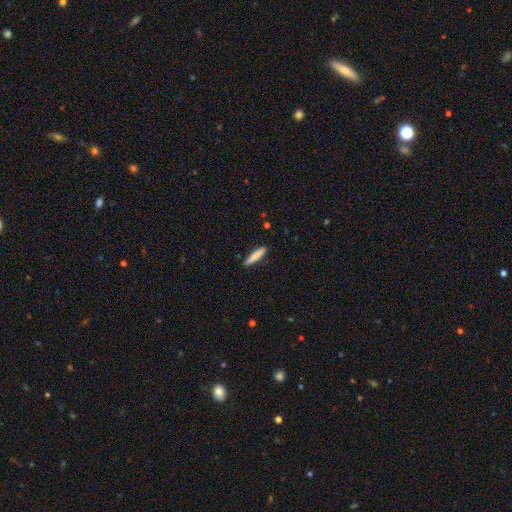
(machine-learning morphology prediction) A smooth galaxy with no disk features (83%) that is cigar-shaped (87%). Merging: none (87%).